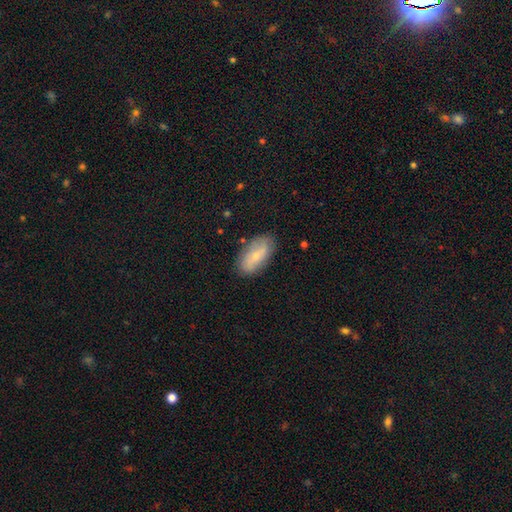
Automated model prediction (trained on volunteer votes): Overall: smooth (55%; featured or disk 38%). How rounded: in between (89%). Merging: none (82%).